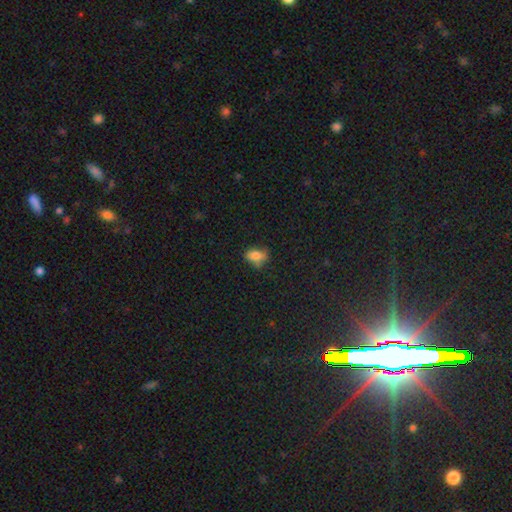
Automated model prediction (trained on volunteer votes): Smooth or featured? smooth (77%)
How rounded? in between (82%)
Merging? none (59%)